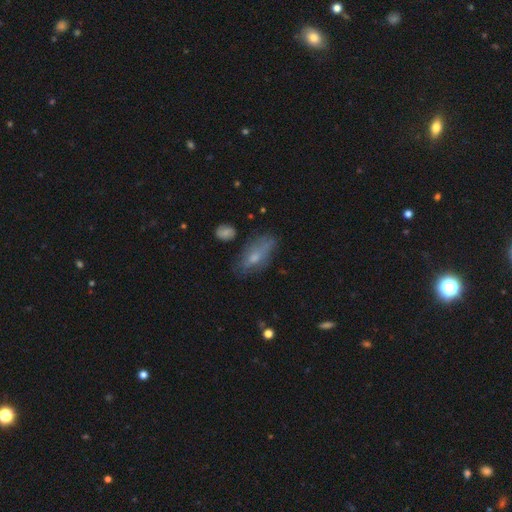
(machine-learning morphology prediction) A smooth galaxy with no disk features (54%) that is in between round and cigar-shaped (76%).

Vote fractions:
- Smooth or featured? smooth: 54% / featured or disk: 36% / star or artifact: 9%
- How rounded? in between: 76% / cigar-shaped: 19% / round: 4%
- Merging? none: 57% / minor disturbance: 27% / major disturbance: 12% / merger: 3%